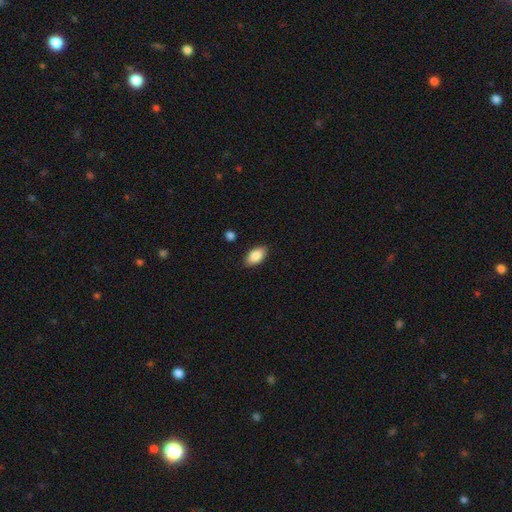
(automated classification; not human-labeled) This is clearly a smooth galaxy (87%). How rounded: clearly in between (93%). Merging: clearly none (86%).